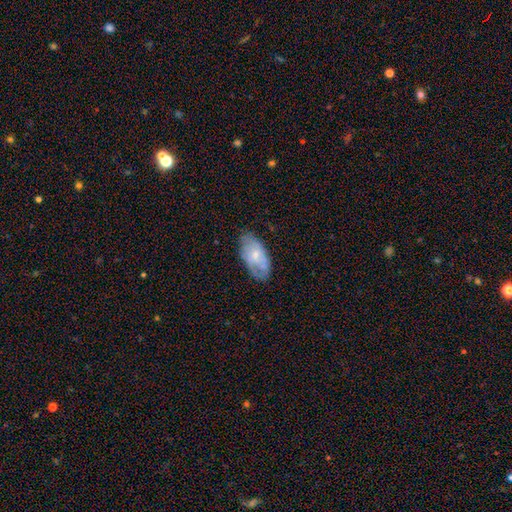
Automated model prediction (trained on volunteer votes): A smooth galaxy with no disk features (57%) that is in between round and cigar-shaped (93%). Merging: none (68%).